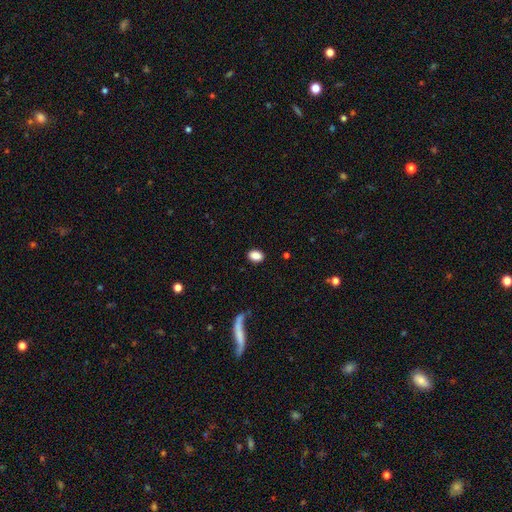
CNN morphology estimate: Smooth or featured? smooth (87%)
How rounded? in between (82%)
Merging? none (89%)